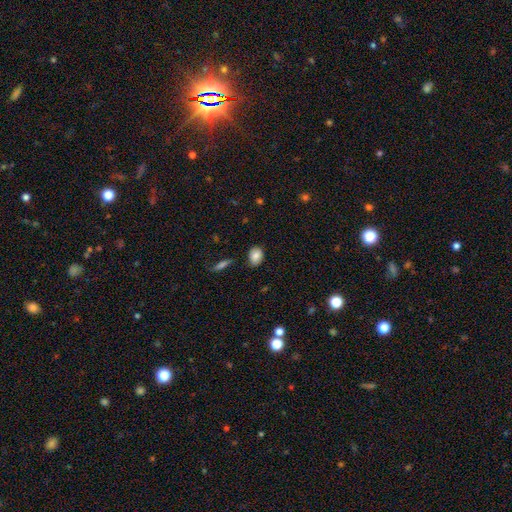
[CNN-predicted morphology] A smooth galaxy with no disk features (85%) that is in between round and cigar-shaped (66%). Merging: none (84%).